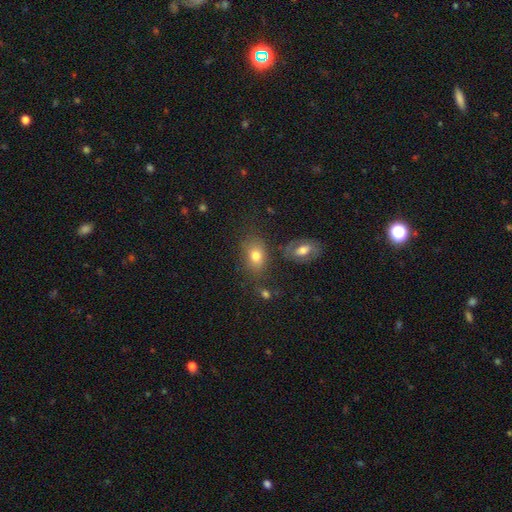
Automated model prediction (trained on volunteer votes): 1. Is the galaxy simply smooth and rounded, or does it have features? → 76% smooth, 14% featured or disk, 11% star or artifact.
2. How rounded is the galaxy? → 78% in between, 21% round, 2% cigar-shaped.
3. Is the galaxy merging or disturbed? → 67% none, 17% minor disturbance, 9% merger, 6% major disturbance.